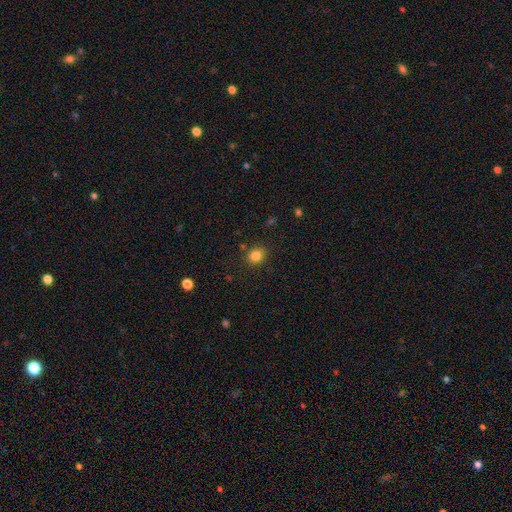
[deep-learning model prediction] A smooth galaxy with no disk features (83%) that is round (70%).

Vote fractions:
- Smooth or featured? smooth: 83% / star or artifact: 12% / featured or disk: 5%
- How rounded? round: 70% / in between: 30% / cigar-shaped: 1%
- Merging? none: 85% / minor disturbance: 10% / major disturbance: 3% / merger: 3%